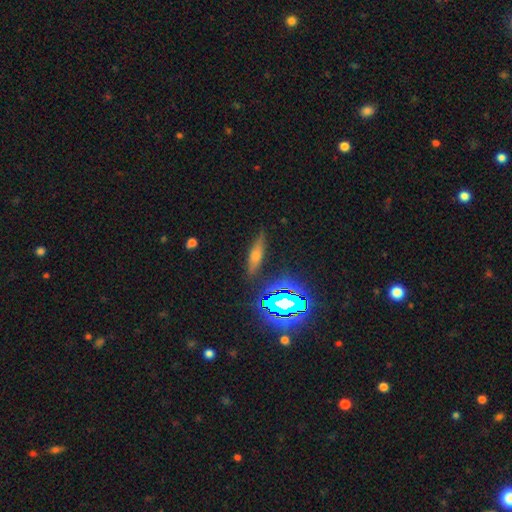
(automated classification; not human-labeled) The model was most divided on "smooth or featured": smooth: 39%, featured or disk: 34%, star or artifact: 27%. More confident: merging — none (85%).